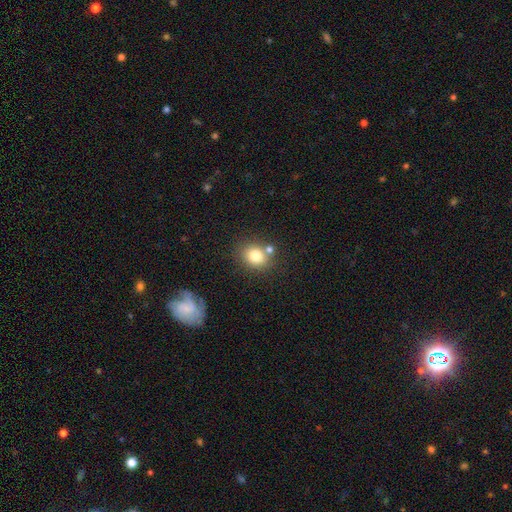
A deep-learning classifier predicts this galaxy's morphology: Q: Smooth or featured?
A: smooth (80%); runner-up: star or artifact (11%)
Q: How rounded?
A: round (64%); runner-up: in between (35%)
Q: Merging?
A: none (67%); runner-up: merger (18%)